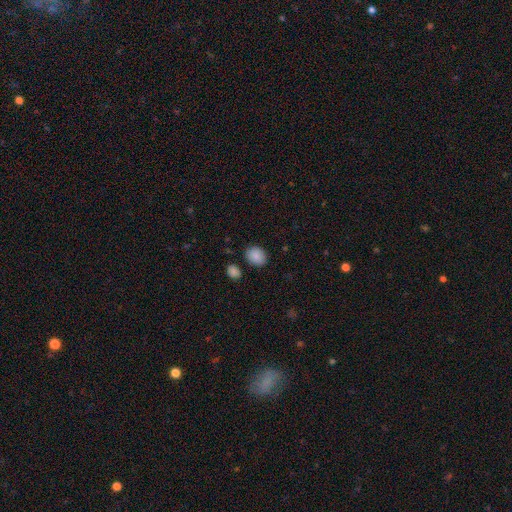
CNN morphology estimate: A smooth galaxy with no disk features (88%) that is in between round and cigar-shaped (58%). Merging: none (82%).